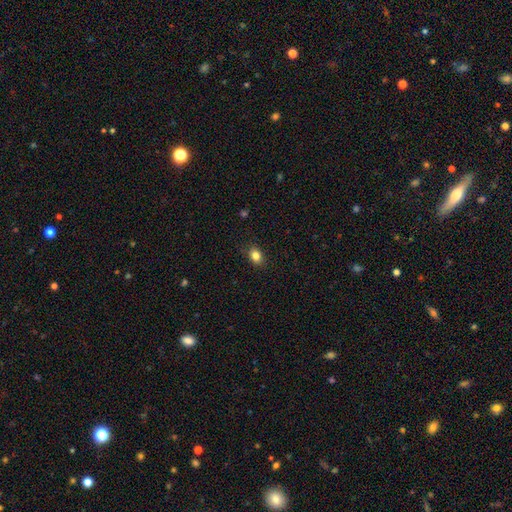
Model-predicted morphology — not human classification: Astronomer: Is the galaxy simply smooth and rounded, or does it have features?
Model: smooth — 83%.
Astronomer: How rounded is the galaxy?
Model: in between — 69%.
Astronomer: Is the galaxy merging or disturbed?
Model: none — 87%.